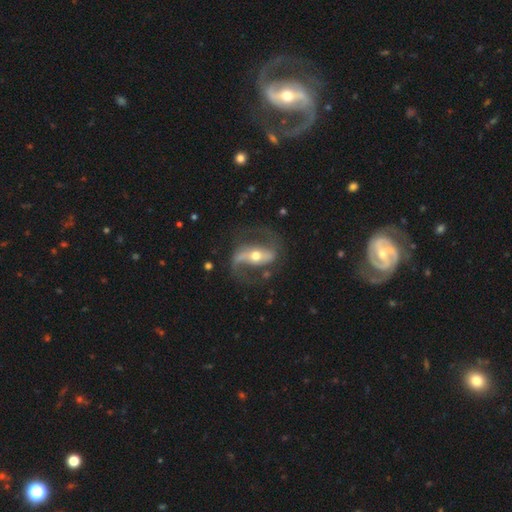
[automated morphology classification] smooth_or_featured: featured or disk (p=0.89) [alt: smooth p=0.06]
disk_edge_on: no (p=0.95) [alt: yes p=0.05]
bar: strong (p=0.61) [alt: weak p=0.24]
has_spiral_arms: yes (p=0.95) [alt: no p=0.05]
spiral_winding: medium (p=0.47) [alt: loose p=0.40]
spiral_arm_count: 2 (p=0.92) [alt: 1 p=0.03]
bulge_size: moderate (p=0.62) [alt: small p=0.32]
merging: none (p=0.74) [alt: minor disturbance p=0.13]